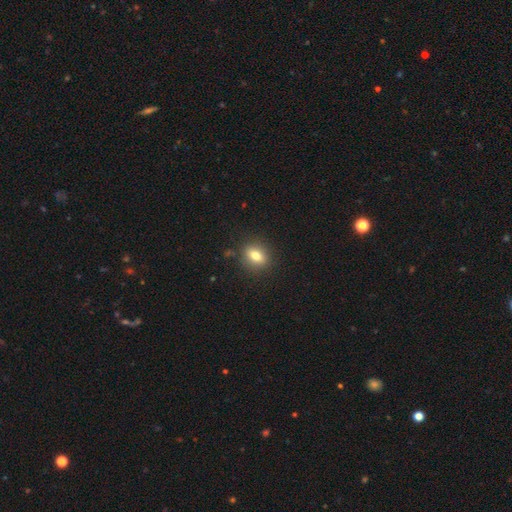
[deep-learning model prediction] Overall: smooth (78%). How rounded: in between (56%; round 41%). Merging: none (87%).